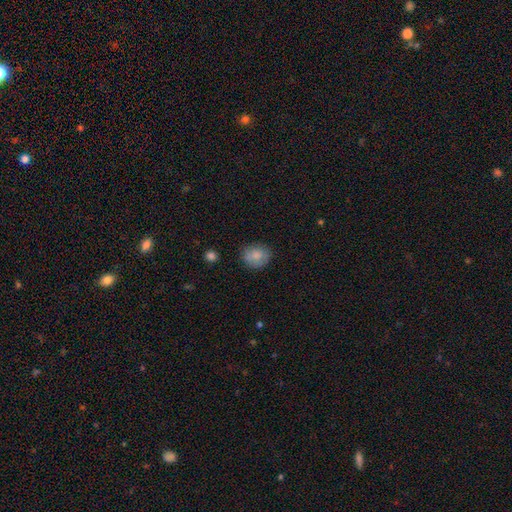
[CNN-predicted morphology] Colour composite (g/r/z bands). It shows a smooth galaxy with no disk features (79%) that is round (69%). Merging: none (73%).